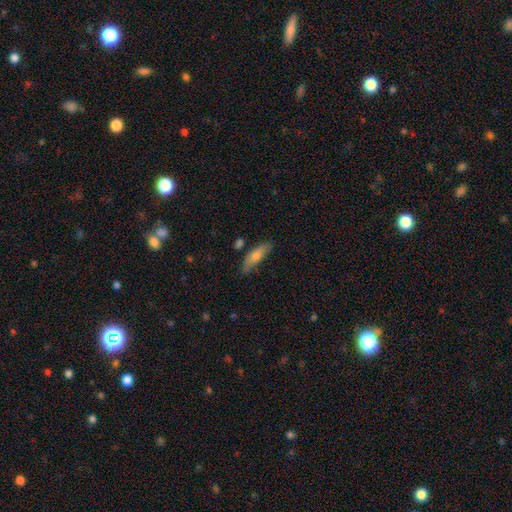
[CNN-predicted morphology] smooth_or_featured: smooth (p=0.68) [alt: featured or disk p=0.25]
how_rounded: cigar-shaped (p=0.57) [alt: in between p=0.41]
merging: none (p=0.73) [alt: minor disturbance p=0.19]